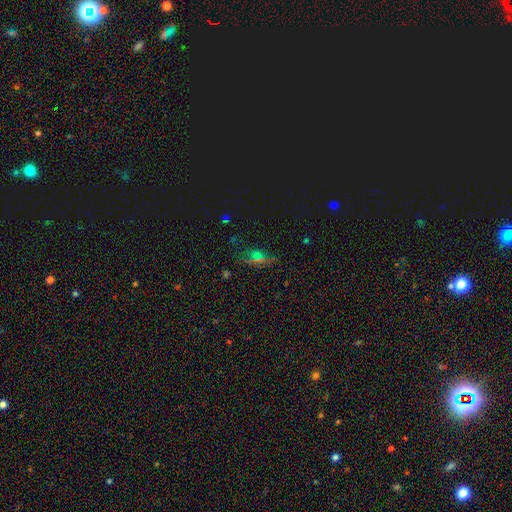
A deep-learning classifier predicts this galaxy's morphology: smooth-or-featured: star or artifact: 52% | smooth: 31% | featured or disk: 16%